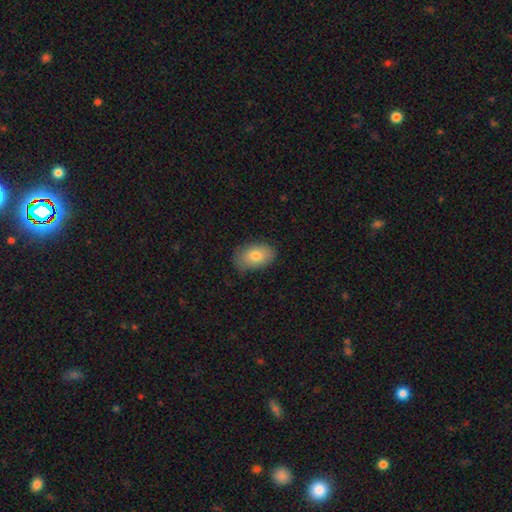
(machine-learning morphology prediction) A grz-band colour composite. It shows a smooth galaxy with no disk features (79%) that is in between round and cigar-shaped (88%). Merging: none (75%).